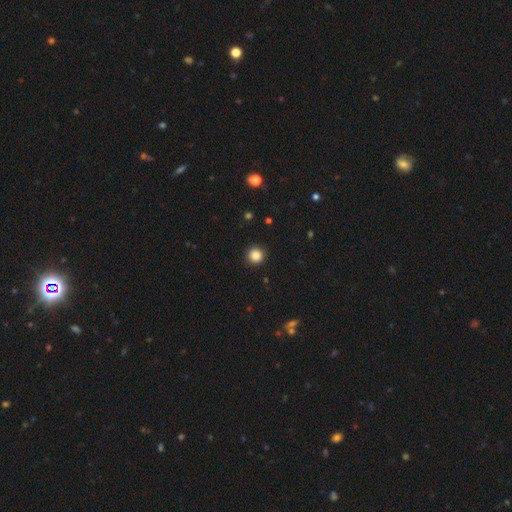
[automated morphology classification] A smooth galaxy with no disk features (86%) that is round (95%). Merging: none (92%).